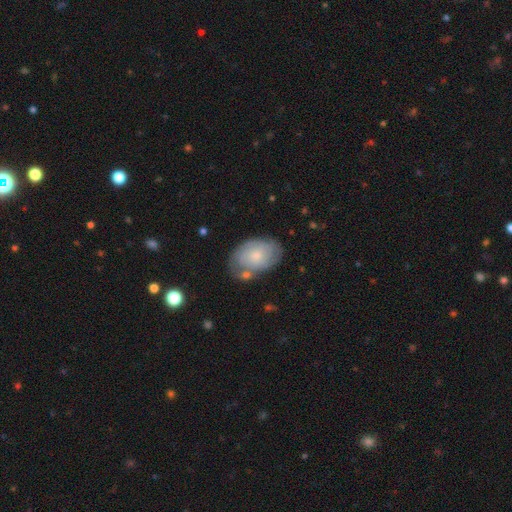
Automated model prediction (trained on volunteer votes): Smooth or featured?
  - smooth: 49% *
  - featured or disk: 44%
  - star or artifact: 7%
Merging?
  - none: 64% *
  - minor disturbance: 21%
  - merger: 8%
  - major disturbance: 7%